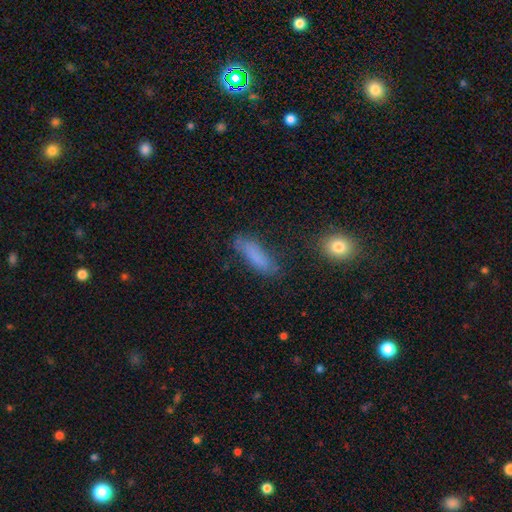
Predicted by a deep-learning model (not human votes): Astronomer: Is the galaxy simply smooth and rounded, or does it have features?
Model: smooth — 78%.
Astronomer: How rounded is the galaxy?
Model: cigar-shaped — 55% (runner-up: in between, 42%).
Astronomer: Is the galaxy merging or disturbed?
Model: none — 71%.